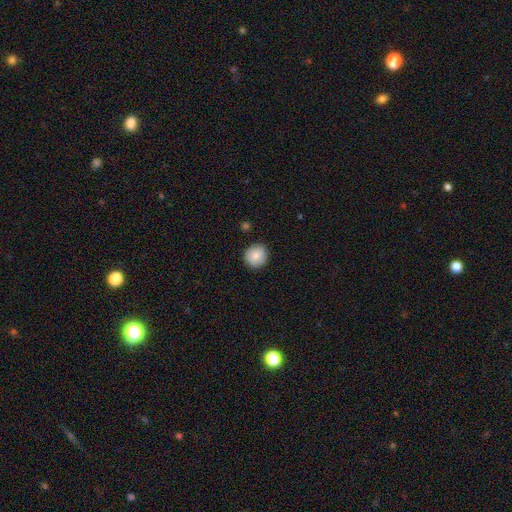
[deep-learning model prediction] Q: Smooth or featured?
A: smooth (87%); runner-up: star or artifact (8%)
Q: How rounded?
A: round (90%); runner-up: in between (9%)
Q: Merging?
A: none (90%); runner-up: minor disturbance (7%)